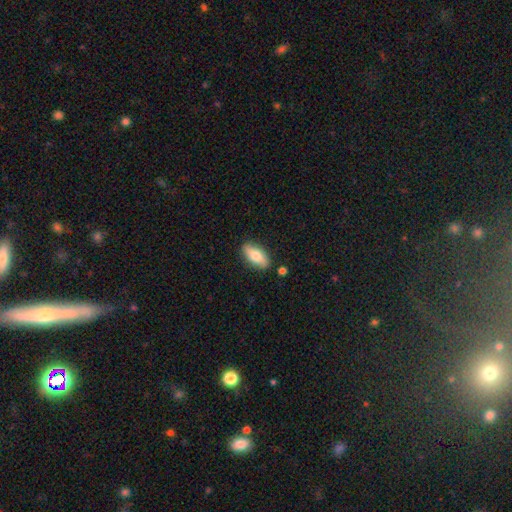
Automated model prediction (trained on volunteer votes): Morphology: type=smooth (75%); roundness=in between (83%); merging=none (84%).